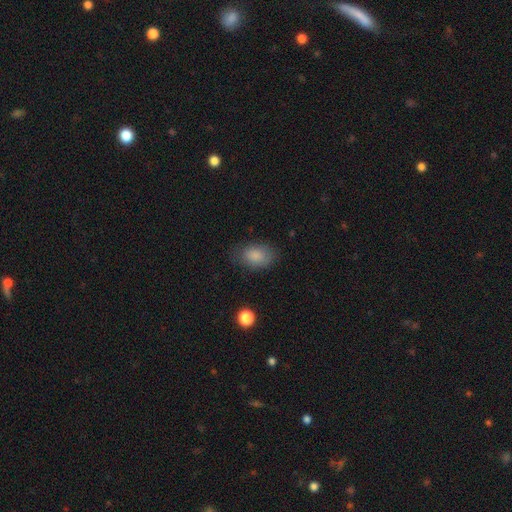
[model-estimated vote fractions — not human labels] A smooth galaxy with no disk features (86%) that is in between round and cigar-shaped (81%). Merging: none (74%).